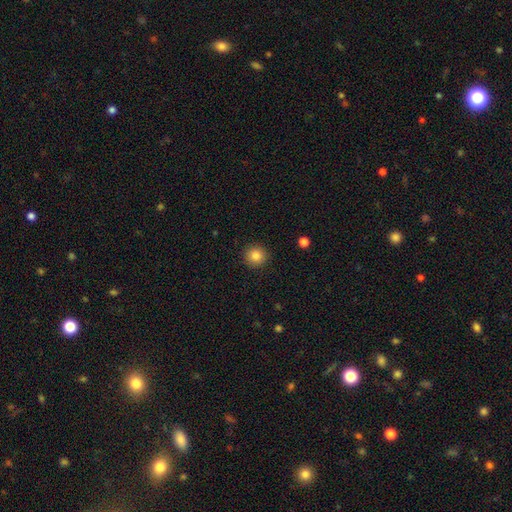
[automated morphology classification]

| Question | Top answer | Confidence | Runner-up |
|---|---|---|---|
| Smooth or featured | smooth | 85% | star or artifact (10%) |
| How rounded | round | 93% | in between (6%) |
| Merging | none | 91% | minor disturbance (6%) |